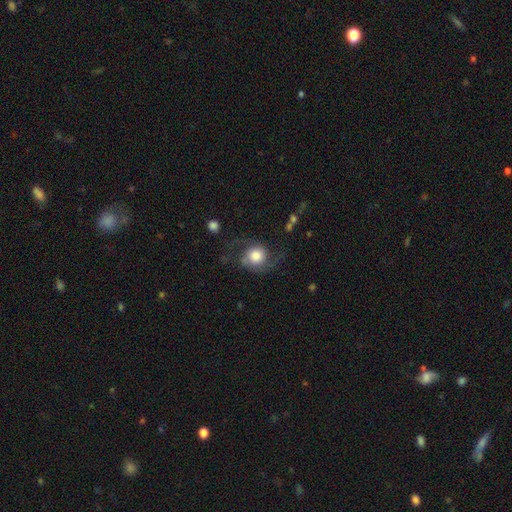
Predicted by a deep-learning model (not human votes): Morphology: type=featured or disk (62%); edge-on=no (97%); bar=no (77%); spiral arms=yes (93%); winding=loose (55%); arm count=2 (90%); bulge=large (46%); merging=none (63%).